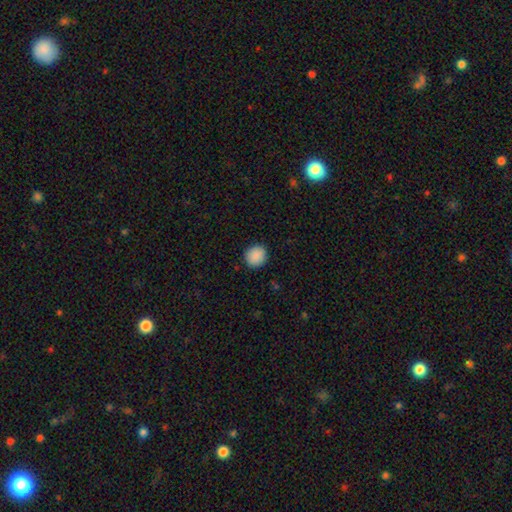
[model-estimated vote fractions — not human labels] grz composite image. It shows a smooth galaxy with no disk features (90%) that is round (87%). Merging: none (91%).